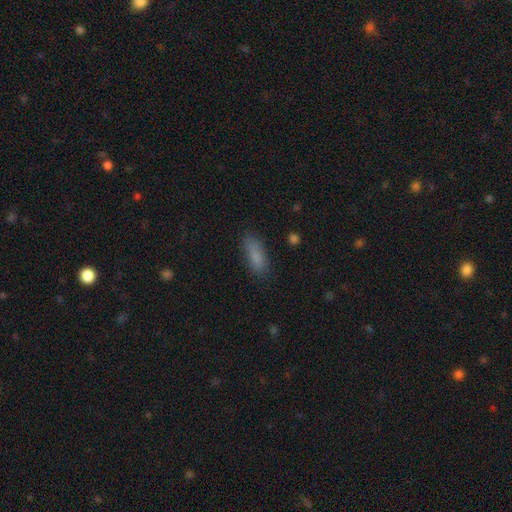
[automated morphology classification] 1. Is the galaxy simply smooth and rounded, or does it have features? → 84% smooth, 9% star or artifact, 7% featured or disk.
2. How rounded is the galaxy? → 61% in between, 36% cigar-shaped, 2% round.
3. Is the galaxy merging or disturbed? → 79% none, 15% minor disturbance, 4% major disturbance, 2% merger.